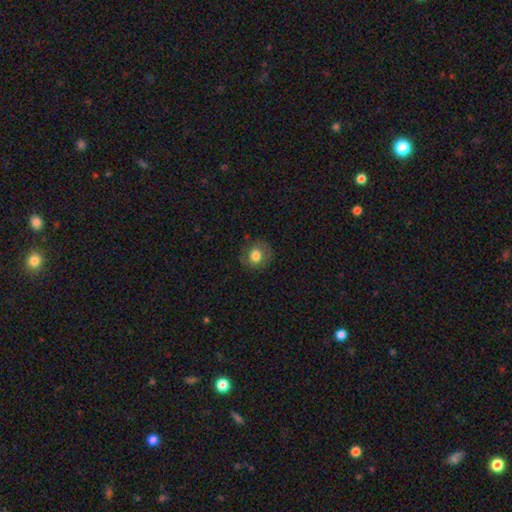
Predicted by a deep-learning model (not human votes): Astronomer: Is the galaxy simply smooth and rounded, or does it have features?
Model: smooth — 74%.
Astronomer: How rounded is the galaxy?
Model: round — 75%.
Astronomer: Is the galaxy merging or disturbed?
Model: none — 78%.